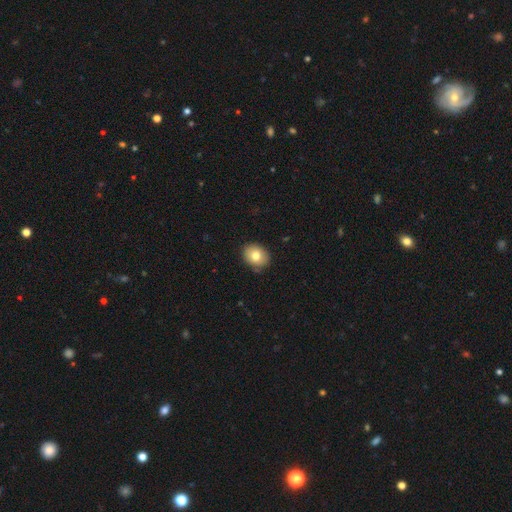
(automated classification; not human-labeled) Smooth or featured: smooth — 78% (featured or disk — 13%)
How rounded: round — 53% (in between — 46%)
Merging: none — 85% (minor disturbance — 12%)